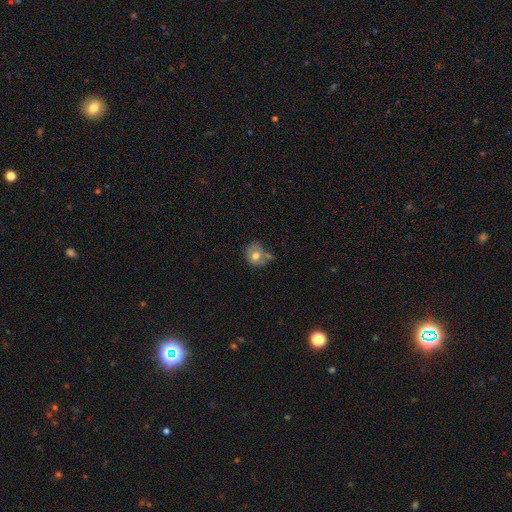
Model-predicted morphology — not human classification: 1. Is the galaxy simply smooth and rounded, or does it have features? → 66% smooth, 25% featured or disk, 9% star or artifact.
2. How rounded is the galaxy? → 63% round, 36% in between, 1% cigar-shaped.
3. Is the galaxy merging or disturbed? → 37% none, 26% minor disturbance, 25% merger, 13% major disturbance.